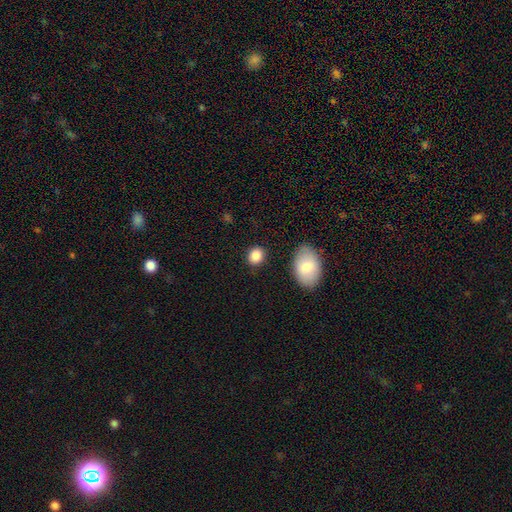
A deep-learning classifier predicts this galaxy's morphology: This appears to be a smooth galaxy with no disk features (87%) that is round (63%). Merging: none (85%).